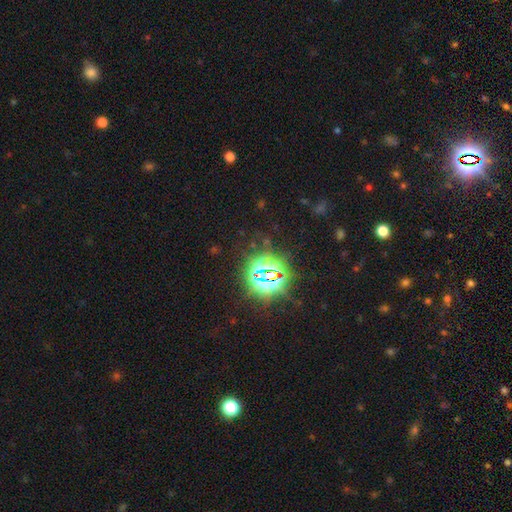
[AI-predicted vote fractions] The model was most divided on "smooth or featured": star or artifact: 83%, smooth: 12%, featured or disk: 6%.